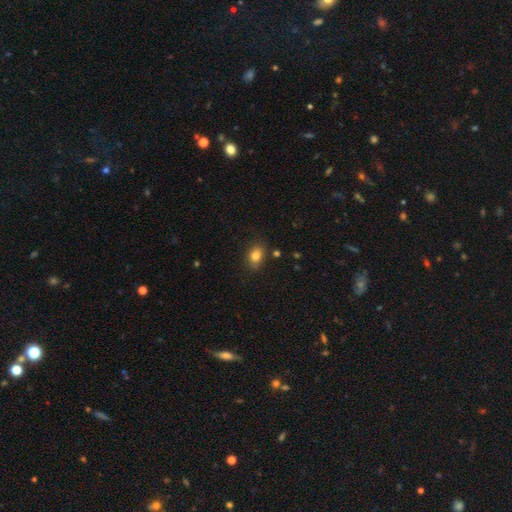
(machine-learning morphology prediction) smooth-or-featured: smooth: 81% | star or artifact: 10% | featured or disk: 9%
  how-rounded: in between: 67% | round: 32% | cigar-shaped: 2%
  merging: none: 81% | minor disturbance: 14% | major disturbance: 3% | merger: 2%